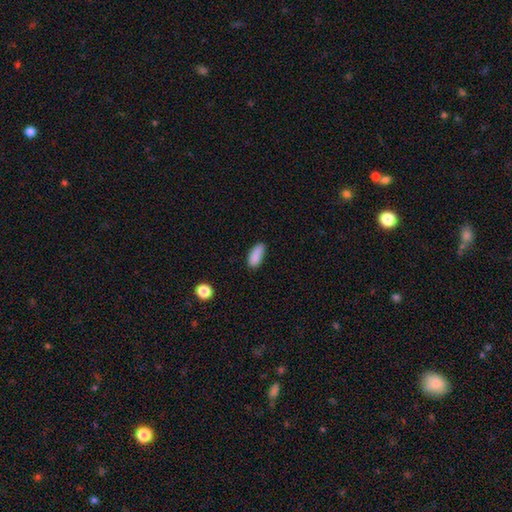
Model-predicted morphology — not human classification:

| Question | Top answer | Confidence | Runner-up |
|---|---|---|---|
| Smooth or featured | smooth | 87% | star or artifact (8%) |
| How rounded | in between | 79% | cigar-shaped (18%) |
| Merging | none | 71% | minor disturbance (22%) |